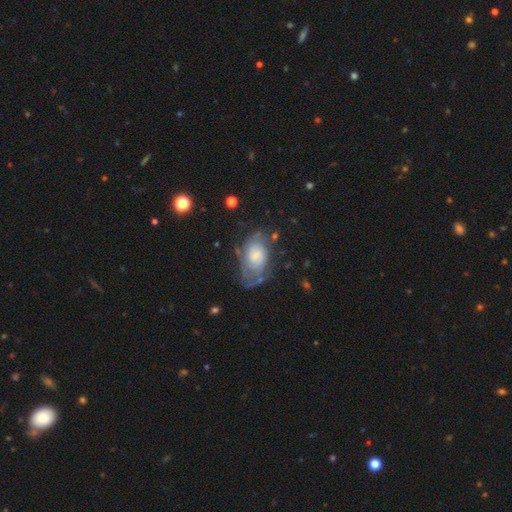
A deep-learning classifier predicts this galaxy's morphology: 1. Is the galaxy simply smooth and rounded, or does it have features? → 65% featured or disk, 27% smooth, 8% star or artifact.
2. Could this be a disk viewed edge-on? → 96% no, 4% yes.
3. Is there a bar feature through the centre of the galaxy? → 66% no, 29% weak, 5% strong.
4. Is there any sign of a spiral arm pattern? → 80% yes, 20% no.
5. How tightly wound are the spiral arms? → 49% tight, 35% medium, 16% loose.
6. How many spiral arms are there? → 47% can't tell, 32% 2, 8% 1, 7% 3, 3% 4, 3% more than 4.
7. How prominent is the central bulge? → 41% small, 29% moderate, 14% large, 13% none, 3% dominant.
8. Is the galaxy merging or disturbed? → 46% none, 26% minor disturbance, 25% major disturbance, 3% merger.